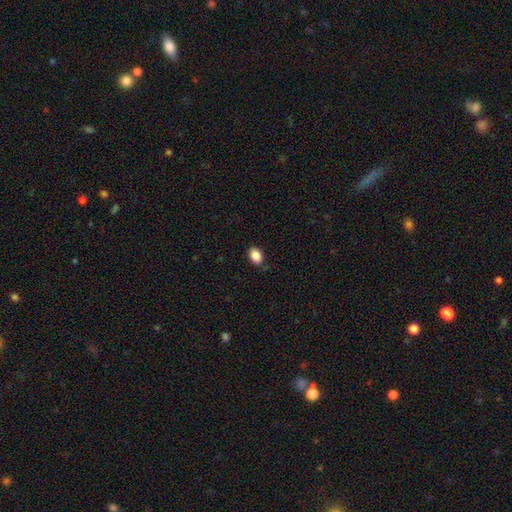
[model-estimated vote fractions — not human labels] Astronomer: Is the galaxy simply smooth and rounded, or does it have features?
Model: smooth — 88%.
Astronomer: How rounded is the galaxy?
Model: in between — 77%.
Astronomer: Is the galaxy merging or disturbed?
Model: none — 83%.